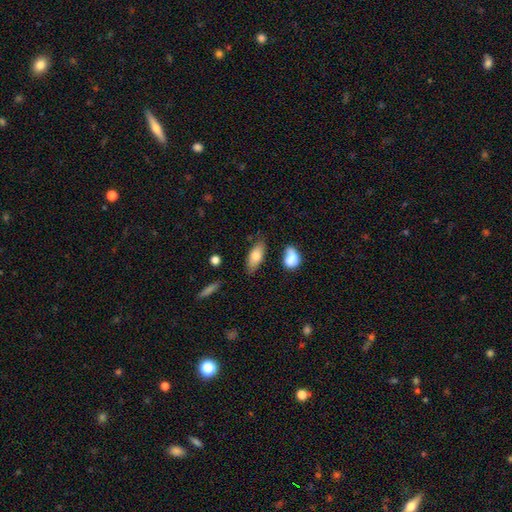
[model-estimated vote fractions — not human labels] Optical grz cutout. It shows a smooth galaxy with no disk features (77%) that is in between round and cigar-shaped (81%). Merging: none (74%).